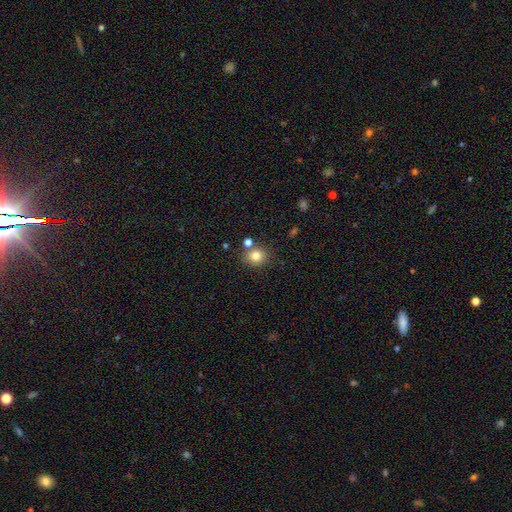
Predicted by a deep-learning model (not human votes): Smooth or featured? smooth (81%)
How rounded? round (77%)
Merging? none (76%)